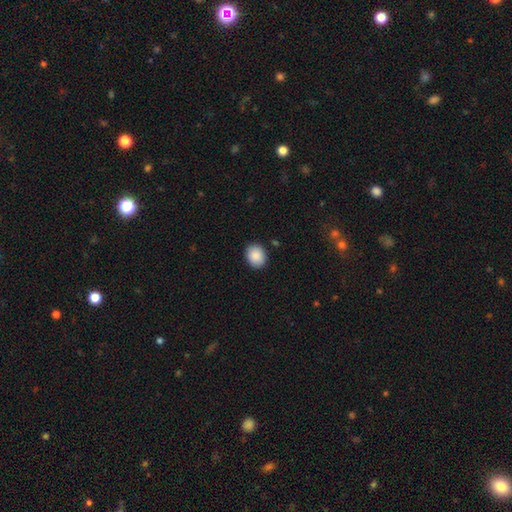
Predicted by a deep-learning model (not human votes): Smooth or featured: smooth — 89% (star or artifact — 7%)
How rounded: round — 50% (tied with in between — 50%)
Merging: none — 89% (minor disturbance — 8%)